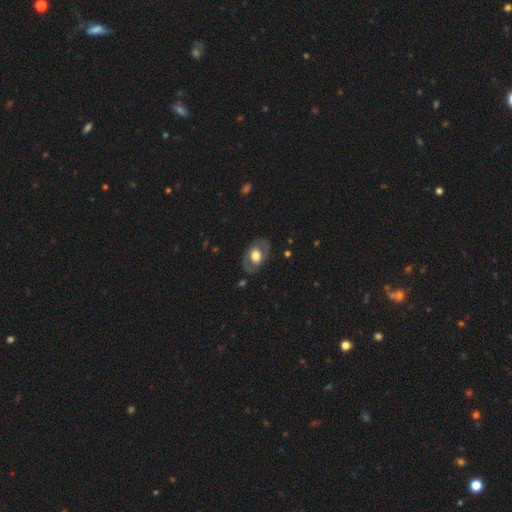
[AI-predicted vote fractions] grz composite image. It shows a featured or disk galaxy (57%) with no bar (69%), no spiral arms (64%) and a large central bulge (51%). Merging: none (77%).